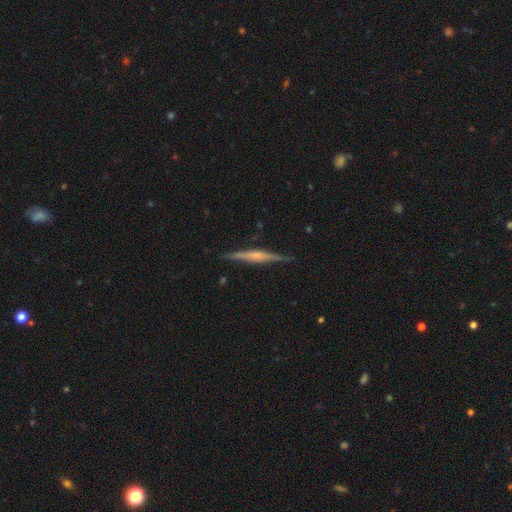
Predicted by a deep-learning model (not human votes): smooth_or_featured: featured or disk (p=0.73) [alt: smooth p=0.21]
disk_edge_on: yes (p=0.98) [alt: no p=0.02]
edge_on_bulge: rounded (p=0.54) [alt: boxy p=0.24]
merging: none (p=0.90) [alt: minor disturbance p=0.08]